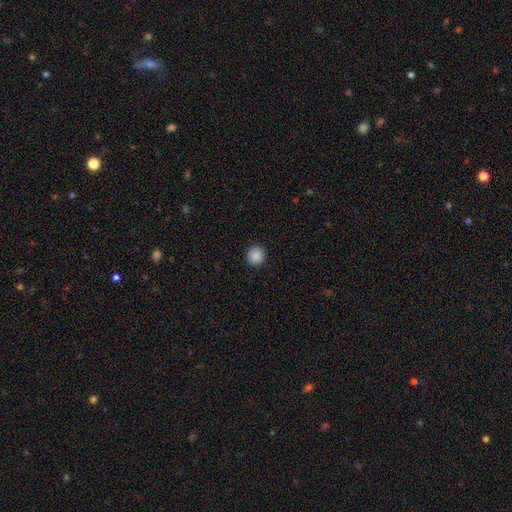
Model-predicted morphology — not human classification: type=smooth (88%); roundness=round (93%); merging=none (92%).